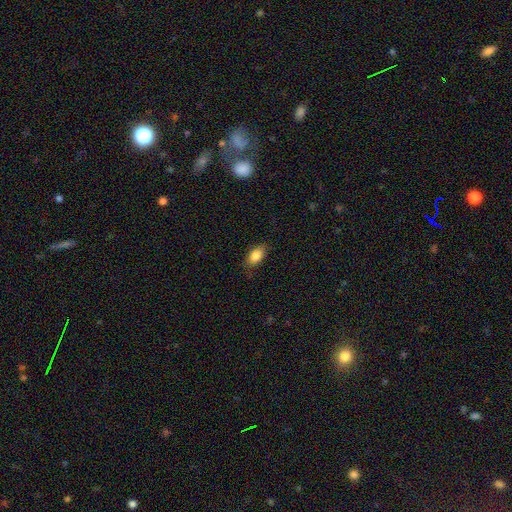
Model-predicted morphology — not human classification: The model was most divided on "merging": none: 79%, minor disturbance: 16%, major disturbance: 3%, merger: 1%. More confident: how rounded — in between (89%); smooth or featured — smooth (85%).